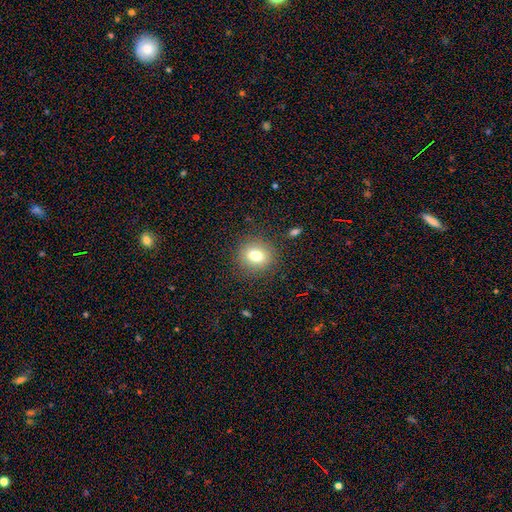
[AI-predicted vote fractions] Overall: smooth (77%). How rounded: round (77%). Merging: none (87%).